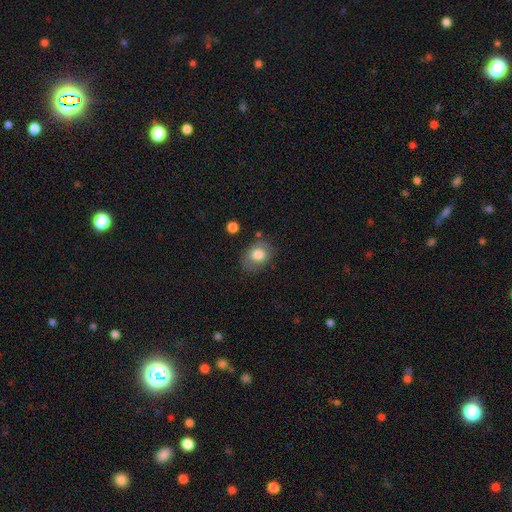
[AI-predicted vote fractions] Q: Smooth or featured?
A: smooth (72%); runner-up: featured or disk (20%)
Q: How rounded?
A: in between (64%); runner-up: round (35%)
Q: Merging?
A: none (69%); runner-up: minor disturbance (21%)